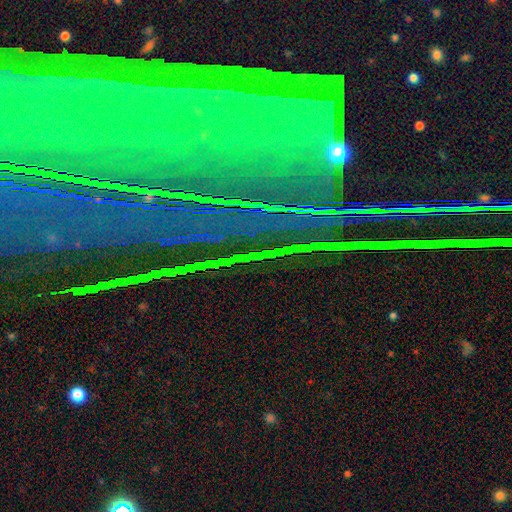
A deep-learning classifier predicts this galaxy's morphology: smooth-or-featured: star or artifact: 85% | featured or disk: 8% | smooth: 6%